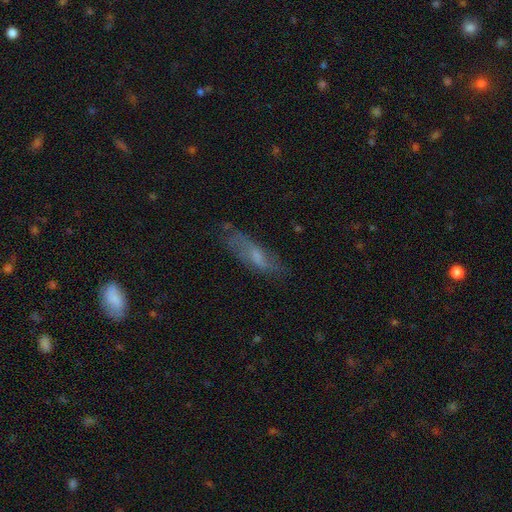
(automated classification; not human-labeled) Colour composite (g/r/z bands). It shows a smooth galaxy with no disk features (46%). Merging: none (66%).